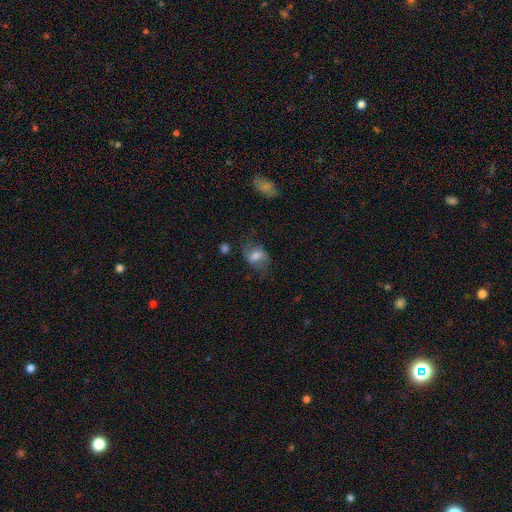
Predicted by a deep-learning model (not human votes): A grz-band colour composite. It shows a smooth galaxy with no disk features (56%) that is in between round and cigar-shaped (74%). Merging: none (56%).